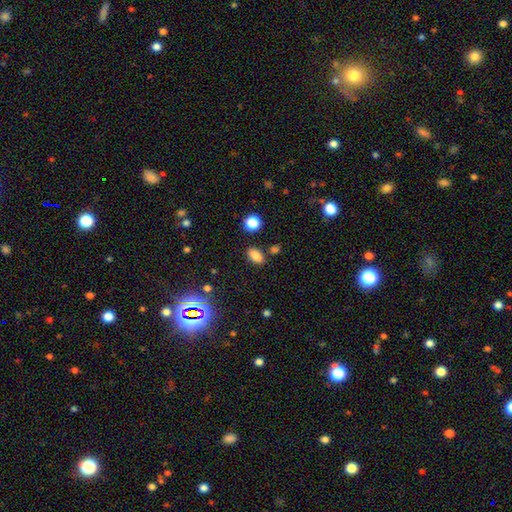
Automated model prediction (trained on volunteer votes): Q: Smooth or featured?
A: smooth (81%); runner-up: star or artifact (14%)
Q: How rounded?
A: in between (87%); runner-up: round (10%)
Q: Merging?
A: none (82%); runner-up: minor disturbance (10%)